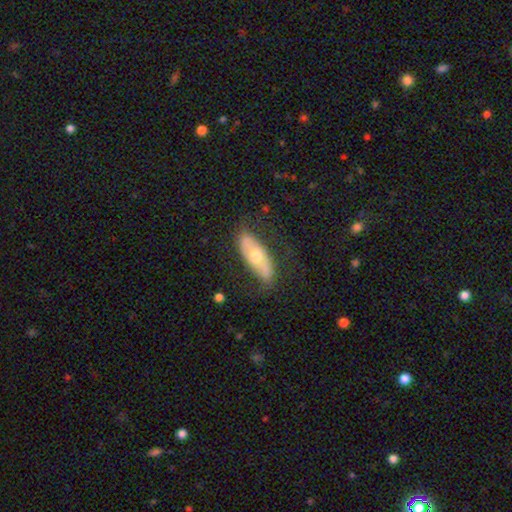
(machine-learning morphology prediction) Q: Smooth or featured?
A: featured or disk (48%); runner-up: smooth (46%)
Q: Merging?
A: none (73%); runner-up: minor disturbance (19%)